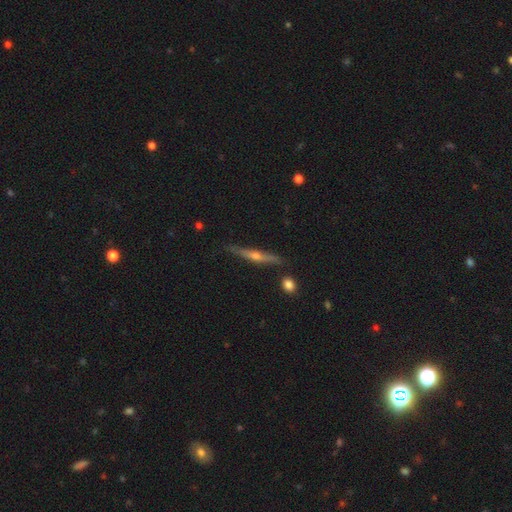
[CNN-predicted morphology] The model was most divided on "smooth or featured": featured or disk: 77%, smooth: 16%, star or artifact: 6%. More confident: edge-on disk — yes (98%); edge-on bulge — rounded (89%); merging — none (88%).